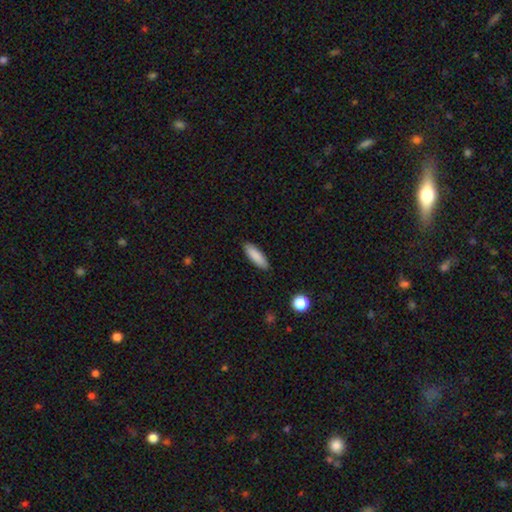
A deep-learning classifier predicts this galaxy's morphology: A smooth galaxy with no disk features (87%) that is in between round and cigar-shaped (51%). Merging: none (88%).